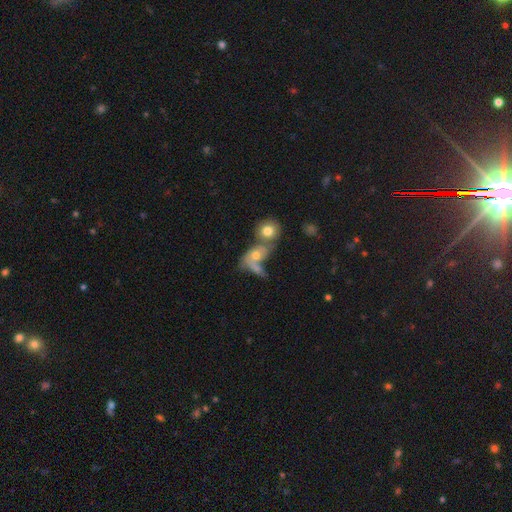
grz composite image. It shows a smooth galaxy with no disk features (63%) that is in between round and cigar-shaped (67%). Merging: merger (41%).